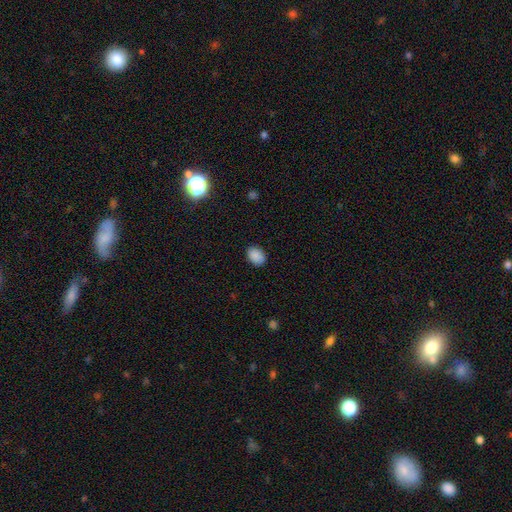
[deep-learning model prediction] Smooth or featured? Predicted: smooth (p=0.88). How rounded? Predicted: in between (p=0.74). Merging? Predicted: none (p=0.87).